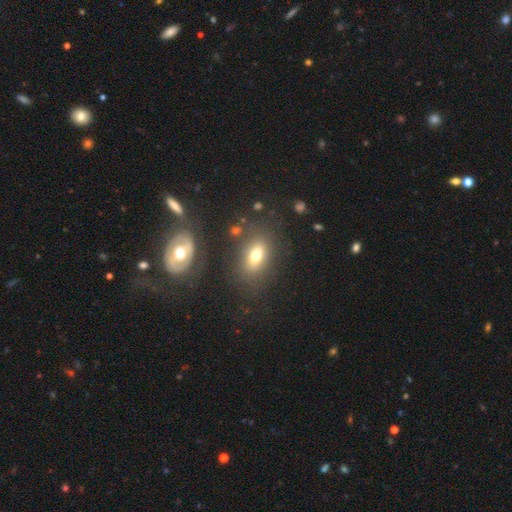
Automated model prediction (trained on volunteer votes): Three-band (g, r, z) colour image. It shows a smooth galaxy with no disk features (69%) that is in between round and cigar-shaped (81%). Merging: none (77%).